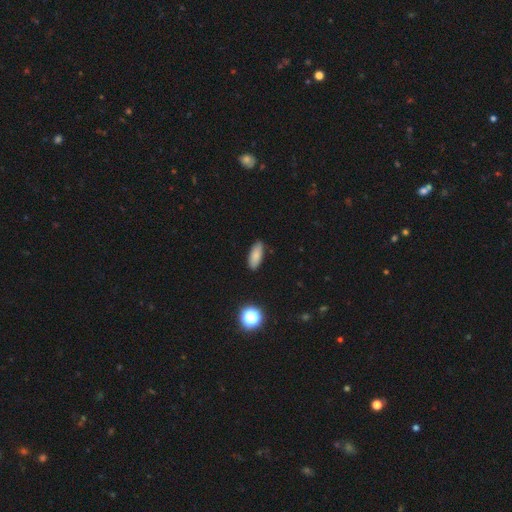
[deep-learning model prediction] A smooth galaxy with no disk features (84%) that is in between round and cigar-shaped (78%). Merging: none (87%).